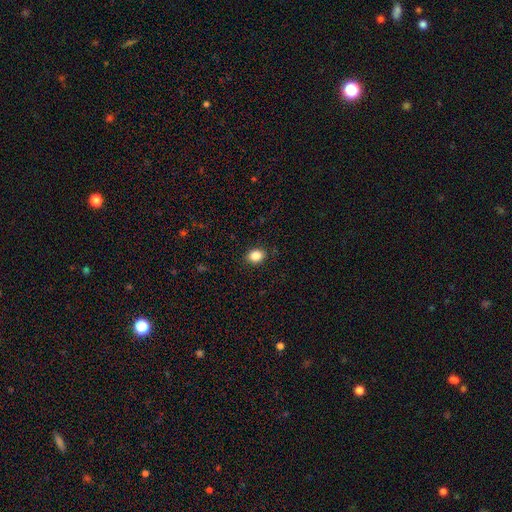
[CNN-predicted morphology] This appears to be a smooth galaxy with no disk features (85%) that is in between round and cigar-shaped (55%). Merging: none (89%).